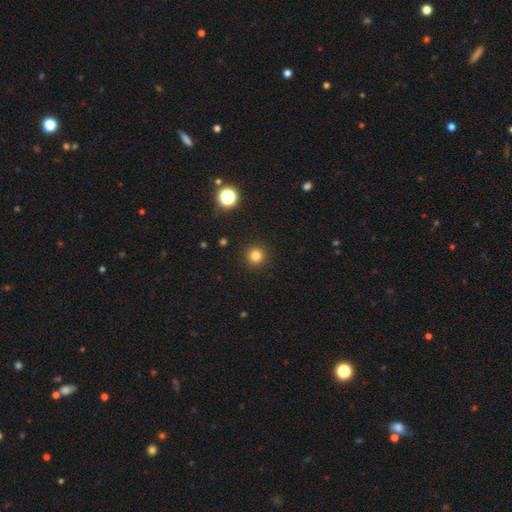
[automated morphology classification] This appears to be a smooth galaxy with no disk features (81%) that is round (96%). Merging: none (92%).